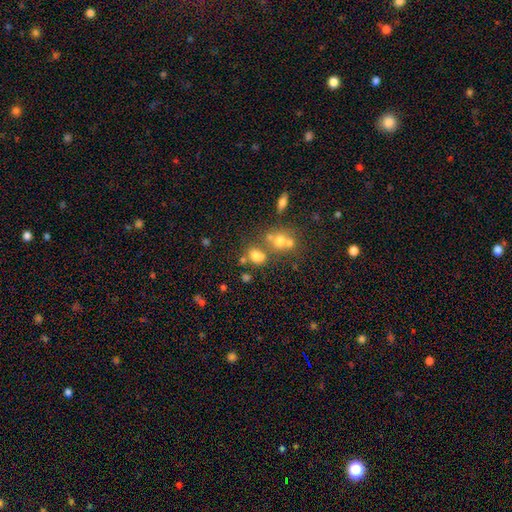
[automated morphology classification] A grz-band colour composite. It shows a smooth galaxy with no disk features (65%) that is round (59%). Merging: none (47%).